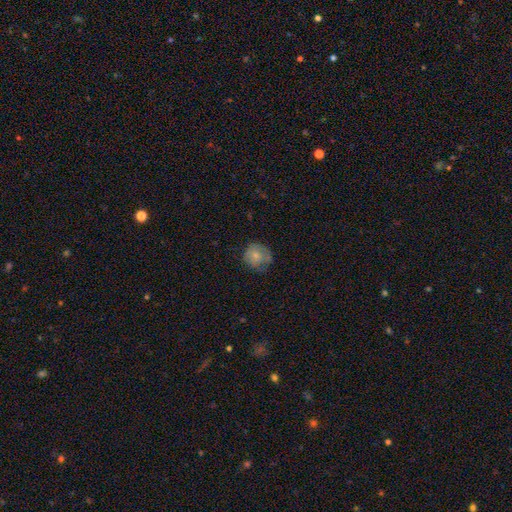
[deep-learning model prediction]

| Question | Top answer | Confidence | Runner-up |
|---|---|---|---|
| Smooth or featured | smooth | 75% | featured or disk (17%) |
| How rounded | round | 84% | in between (15%) |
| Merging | none | 60% | minor disturbance (28%) |